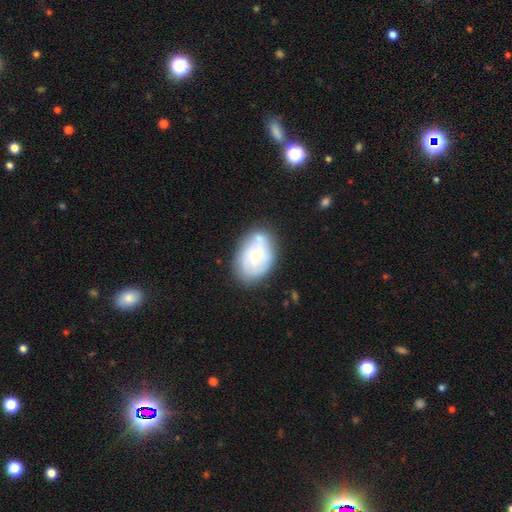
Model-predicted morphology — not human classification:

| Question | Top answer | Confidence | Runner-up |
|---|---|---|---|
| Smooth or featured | featured or disk | 50% | smooth (43%) |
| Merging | none | 61% | minor disturbance (23%) |